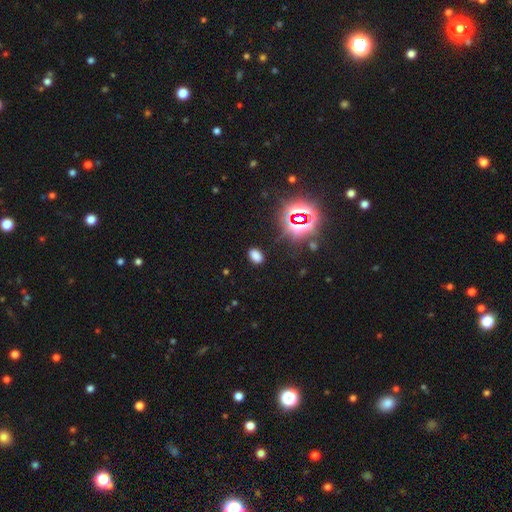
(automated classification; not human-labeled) This is likely a smooth galaxy (68%). How rounded: clearly in between (87%). Merging: clearly none (85%).